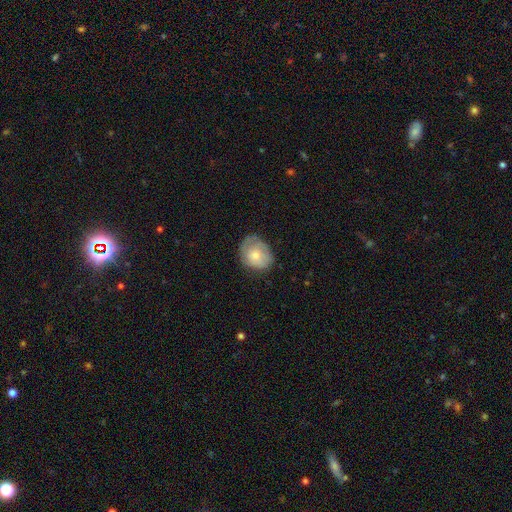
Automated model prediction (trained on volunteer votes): The model was most divided on "how rounded": round: 58%, in between: 41%, cigar-shaped: 1%. More confident: smooth or featured — smooth (62%); merging — none (61%).